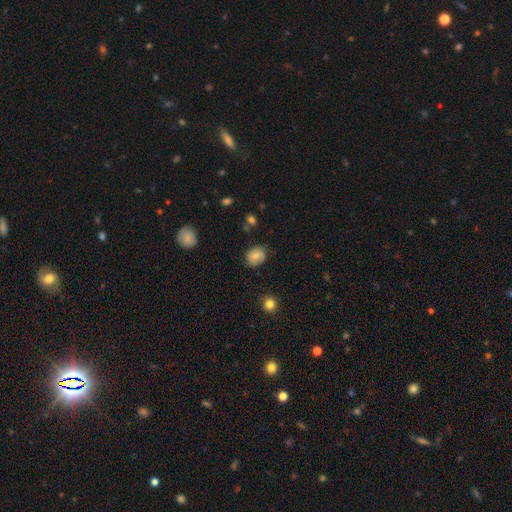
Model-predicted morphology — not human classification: smooth_or_featured: smooth (p=0.62) [alt: featured or disk p=0.29]
how_rounded: round (p=0.57) [alt: in between p=0.42]
merging: none (p=0.72) [alt: minor disturbance p=0.21]